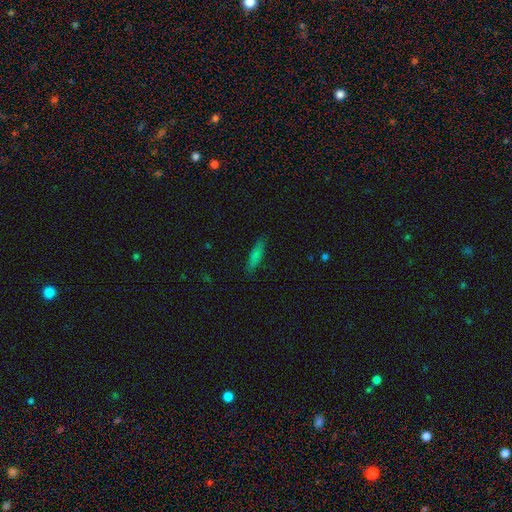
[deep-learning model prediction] The model was most divided on "how rounded": cigar-shaped: 73%, in between: 25%, round: 2%. More confident: merging — none (86%); smooth or featured — smooth (78%).